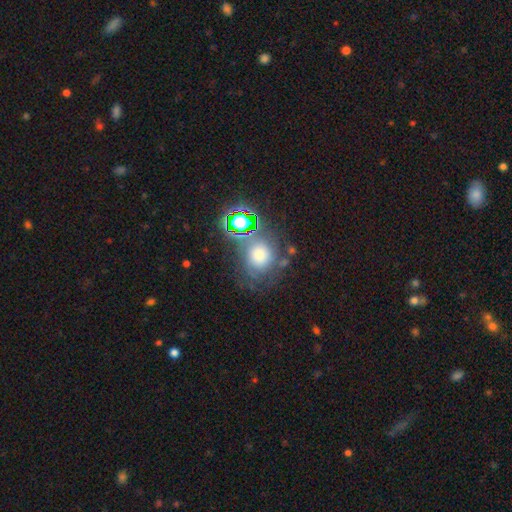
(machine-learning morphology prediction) A smooth galaxy with no disk features (49%).

Vote fractions:
- Smooth or featured? smooth: 49% / star or artifact: 28% / featured or disk: 23%
- Merging? none: 57% / minor disturbance: 20% / major disturbance: 14% / merger: 9%